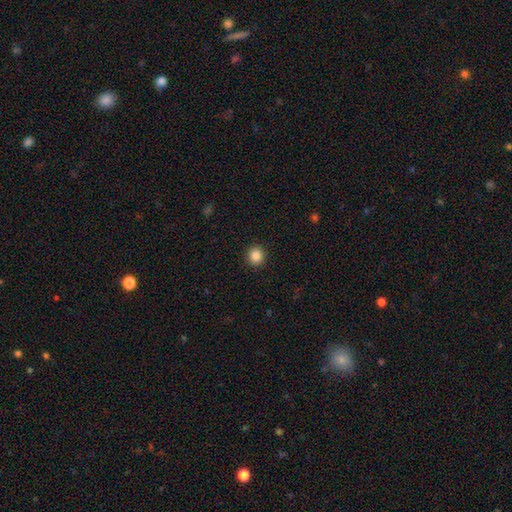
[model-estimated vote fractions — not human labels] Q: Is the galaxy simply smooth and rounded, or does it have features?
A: smooth — 86%.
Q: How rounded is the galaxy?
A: round — 91%.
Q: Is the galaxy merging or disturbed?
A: none — 92%.